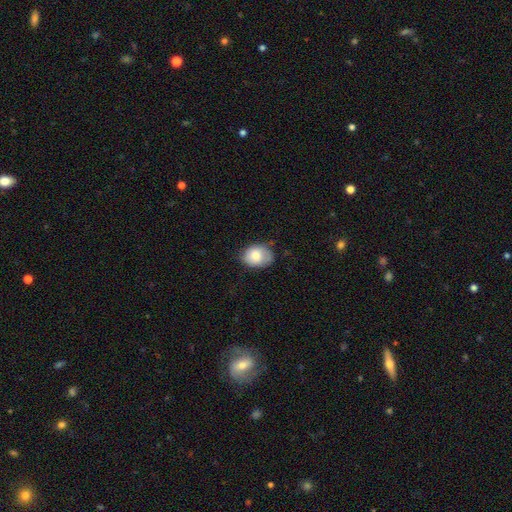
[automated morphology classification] smooth_or_featured: smooth (p=0.75) [alt: featured or disk p=0.18]
how_rounded: in between (p=0.65) [alt: round p=0.34]
merging: none (p=0.65) [alt: minor disturbance p=0.27]